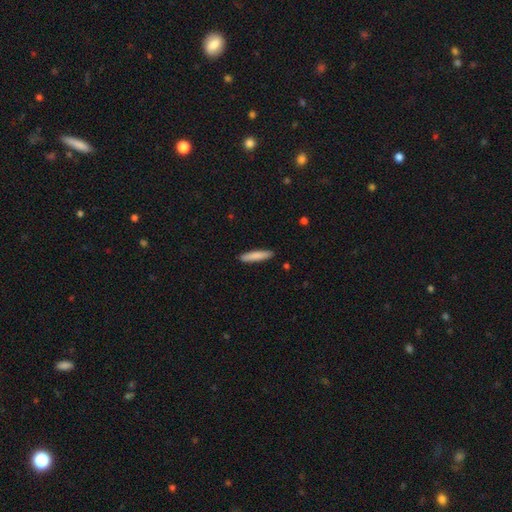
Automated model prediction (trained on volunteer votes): smooth-or-featured: smooth: 83% | featured or disk: 11% | star or artifact: 5%
  how-rounded: cigar-shaped: 88% | in between: 11% | round: 1%
  merging: none: 90% | minor disturbance: 8% | major disturbance: 1% | merger: 1%